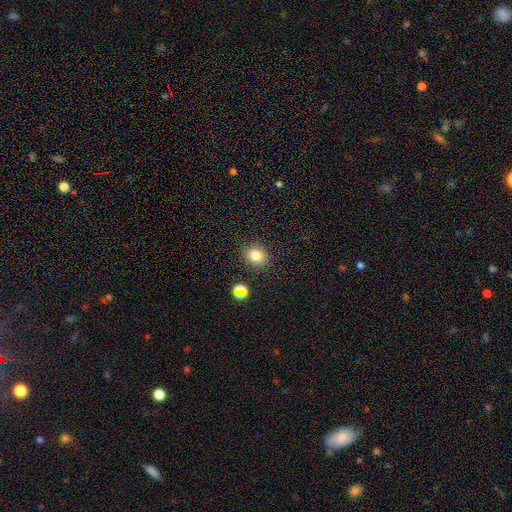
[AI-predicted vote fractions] Q: Smooth or featured?
A: smooth (80%); runner-up: star or artifact (13%)
Q: How rounded?
A: round (65%); runner-up: in between (34%)
Q: Merging?
A: none (87%); runner-up: minor disturbance (8%)